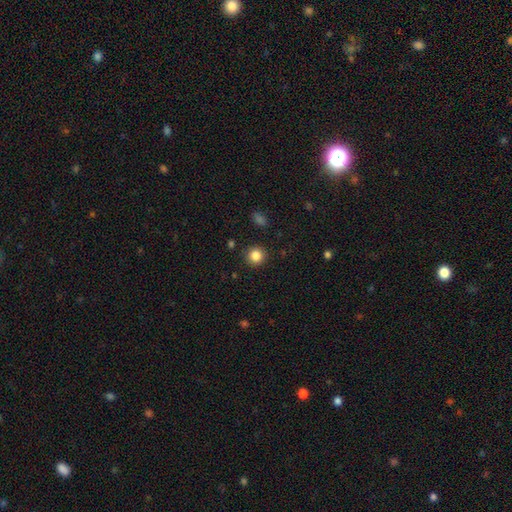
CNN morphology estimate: Smooth or featured? smooth (84%)
How rounded? round (92%)
Merging? none (90%)